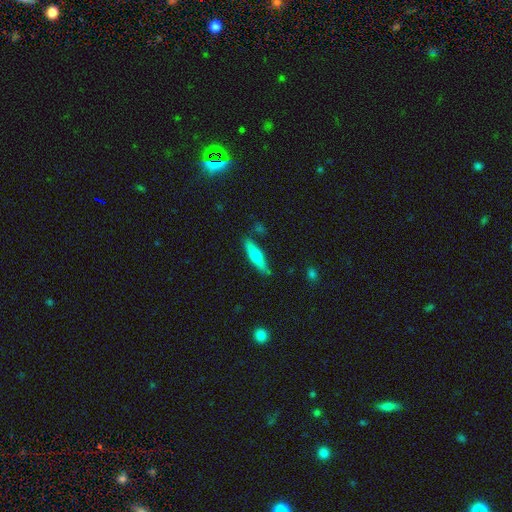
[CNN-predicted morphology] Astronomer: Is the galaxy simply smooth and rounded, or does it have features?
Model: featured or disk — 48% (runner-up: smooth, 47%).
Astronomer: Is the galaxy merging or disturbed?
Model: none — 84%.